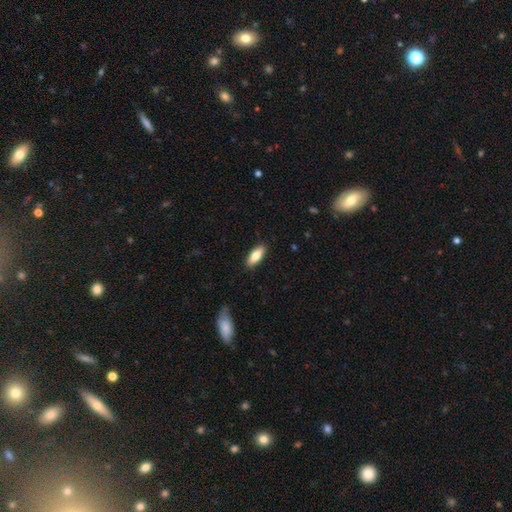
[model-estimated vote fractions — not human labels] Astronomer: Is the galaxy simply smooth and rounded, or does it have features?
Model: smooth — 78%.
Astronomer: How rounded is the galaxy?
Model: in between — 74%.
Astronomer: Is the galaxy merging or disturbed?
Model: none — 88%.